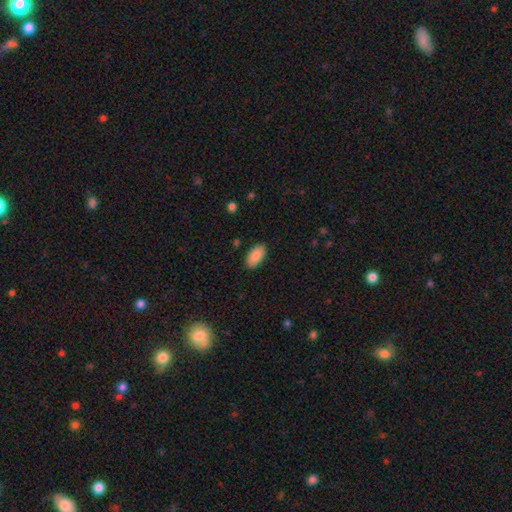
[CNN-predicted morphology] Smooth or featured: smooth — 89% (star or artifact — 7%)
How rounded: in between — 94% (cigar-shaped — 3%)
Merging: none — 88% (minor disturbance — 9%)